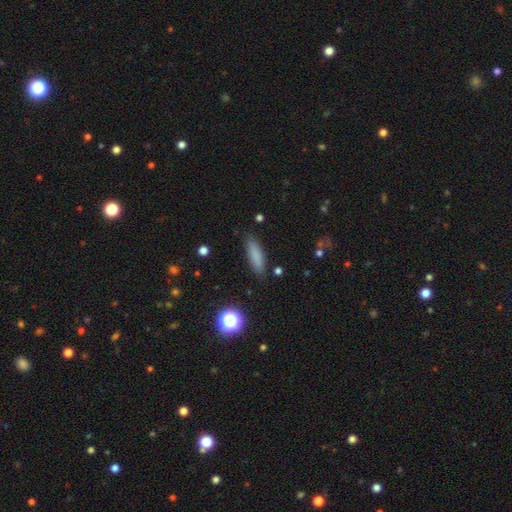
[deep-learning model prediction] smooth 82%, star or artifact 9%, featured or disk 9%. Down the decision tree: how rounded — cigar-shaped (61%); merging — none (86%).